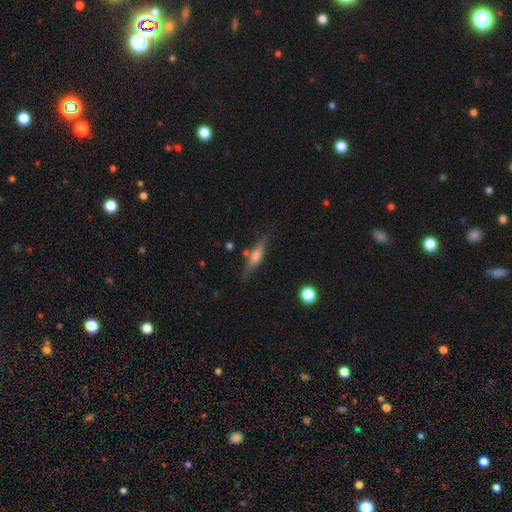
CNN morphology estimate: featured or disk 52%, smooth 41%, star or artifact 7%. Down the decision tree: edge-on disk — yes (91%); merging — none (77%).